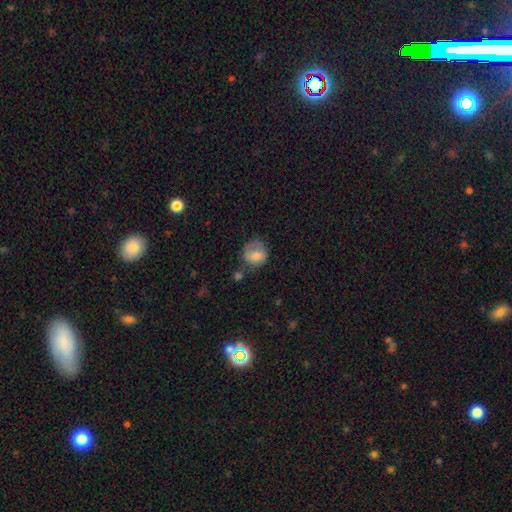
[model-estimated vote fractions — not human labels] Smooth or featured? Predicted: smooth (p=0.69). How rounded? Predicted: round (p=0.72). Merging? Predicted: none (p=0.45).